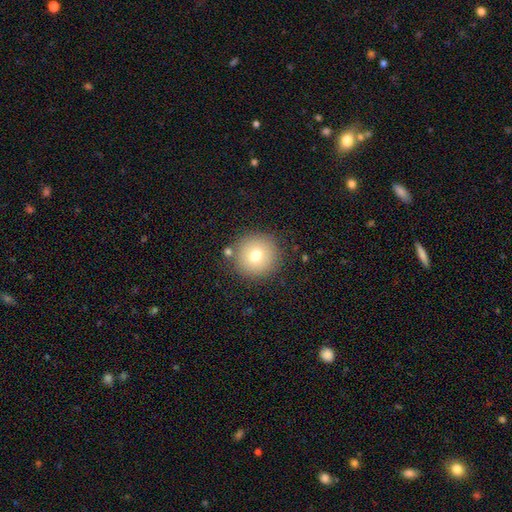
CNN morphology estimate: Overall: smooth (73%). How rounded: round (95%). Merging: none (84%).